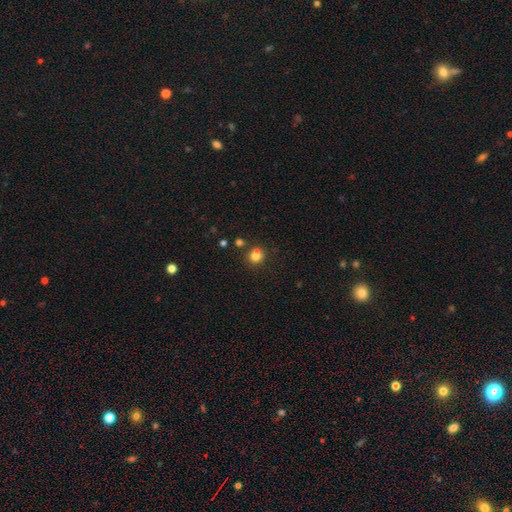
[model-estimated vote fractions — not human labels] This appears to be a smooth galaxy with no disk features (77%) that is round (84%). Merging: none (59%).